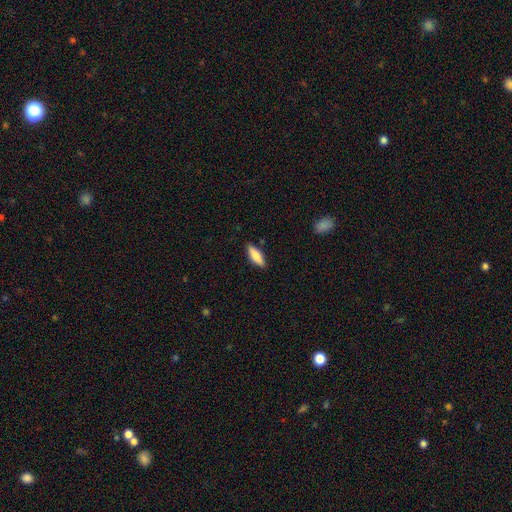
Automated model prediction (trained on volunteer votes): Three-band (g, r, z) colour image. It shows a smooth galaxy with no disk features (77%) that is in between round and cigar-shaped (54%). Merging: none (87%).